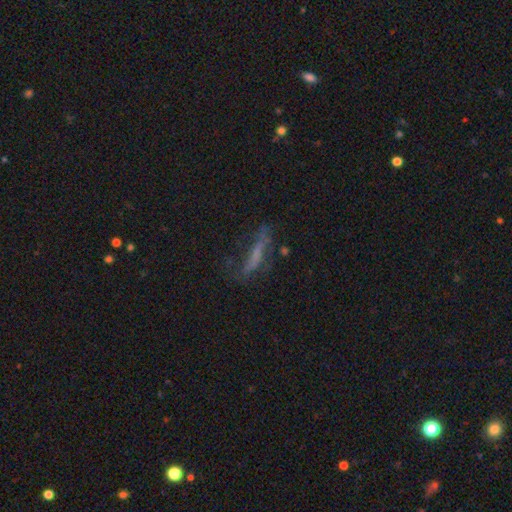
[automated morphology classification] Smooth or featured: featured or disk — 46% (smooth — 39%)
Merging: none — 45% (major disturbance — 26%)